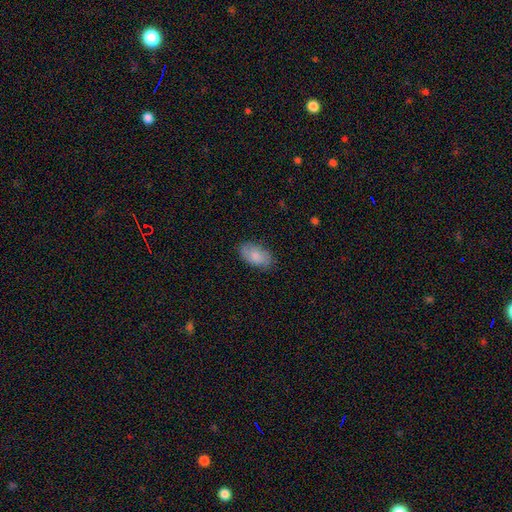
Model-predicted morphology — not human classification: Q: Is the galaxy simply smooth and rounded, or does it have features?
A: smooth — 80%.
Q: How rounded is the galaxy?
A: in between — 93%.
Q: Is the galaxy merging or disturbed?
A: none — 79%.